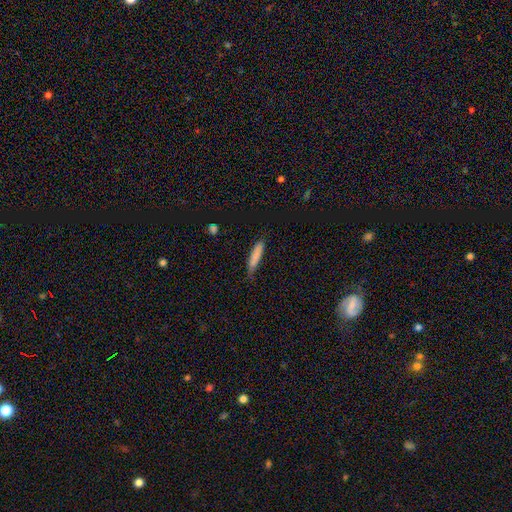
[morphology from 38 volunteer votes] Smooth or featured: smooth — 74% (featured or disk — 16%)
How rounded: cigar-shaped — 93% (in between — 7%)
Merging: none — 62% (minor disturbance — 35%)